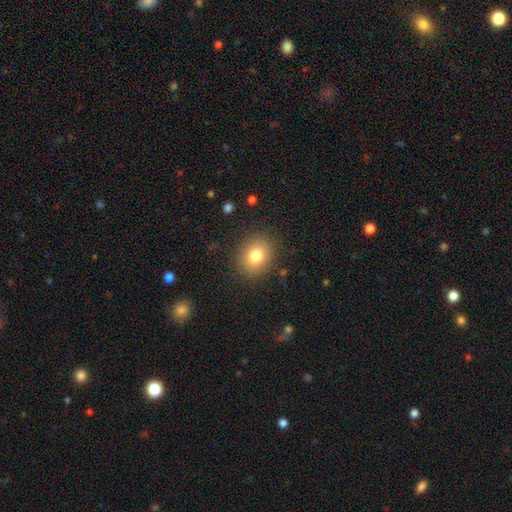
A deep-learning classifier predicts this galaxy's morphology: type=smooth (80%); roundness=round (51%); merging=none (86%).